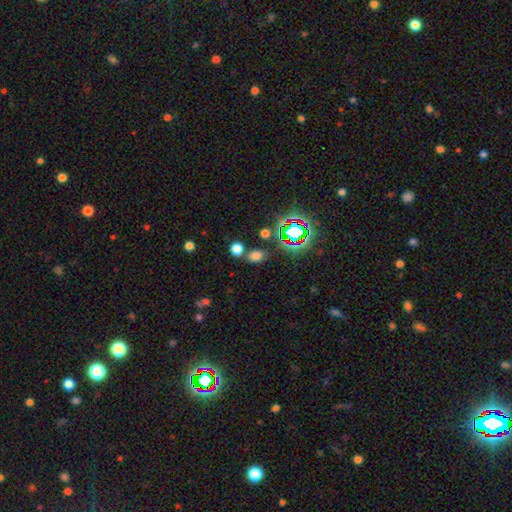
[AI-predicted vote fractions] Smooth or featured?
  - smooth: 68% *
  - star or artifact: 26%
  - featured or disk: 7%
How rounded?
  - in between: 62% *
  - round: 37%
  - cigar-shaped: 2%
Merging?
  - none: 70% *
  - merger: 16%
  - minor disturbance: 10%
  - major disturbance: 4%